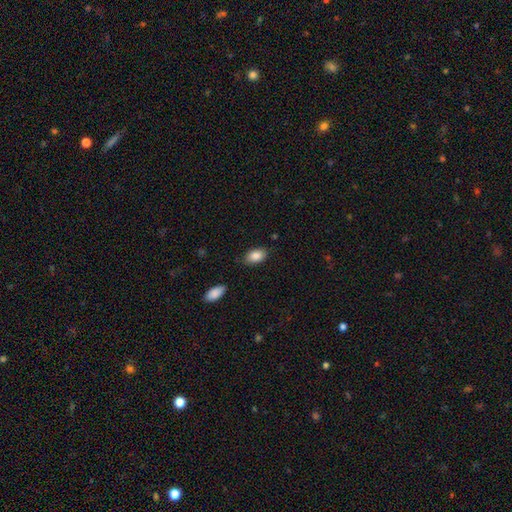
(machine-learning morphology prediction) This is clearly a smooth galaxy (87%). How rounded: clearly in between (91%). Merging: likely none (80%).